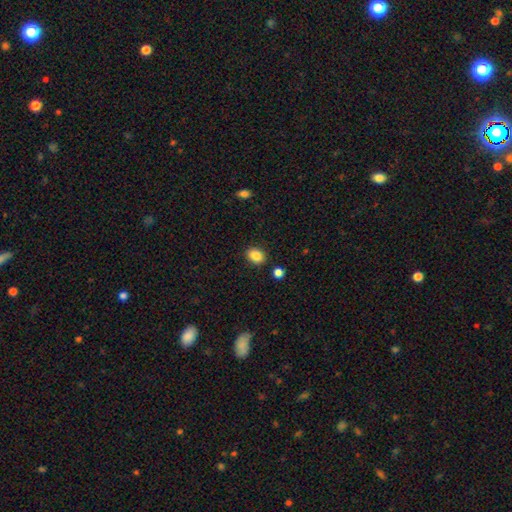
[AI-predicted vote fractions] Overall: smooth (86%). How rounded: in between (62%; round 37%). Merging: none (86%).